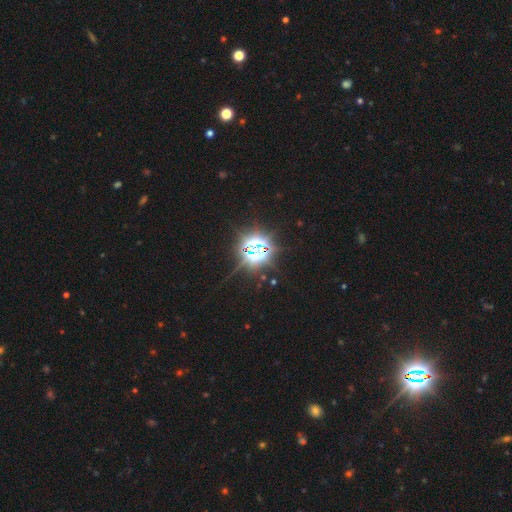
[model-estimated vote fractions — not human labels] This appears to be a star or artifact, not a galaxy (82%).